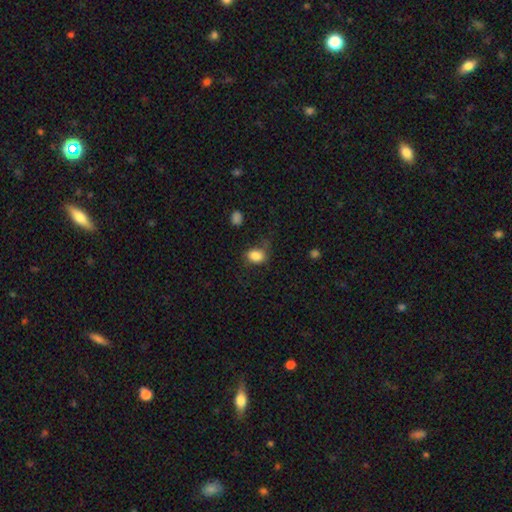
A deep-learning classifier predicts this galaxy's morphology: Smooth or featured: smooth — 84% (star or artifact — 9%)
How rounded: in between — 71% (round — 28%)
Merging: none — 65% (minor disturbance — 22%)